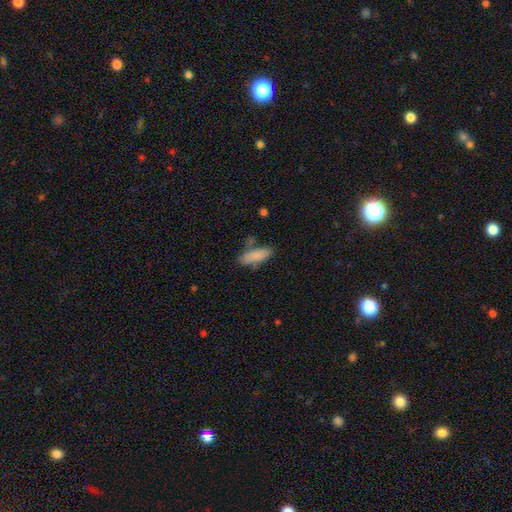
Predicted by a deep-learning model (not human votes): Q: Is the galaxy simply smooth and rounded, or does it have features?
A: smooth — 85%.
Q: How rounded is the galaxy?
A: in between — 63%.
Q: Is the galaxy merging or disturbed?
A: none — 69%.